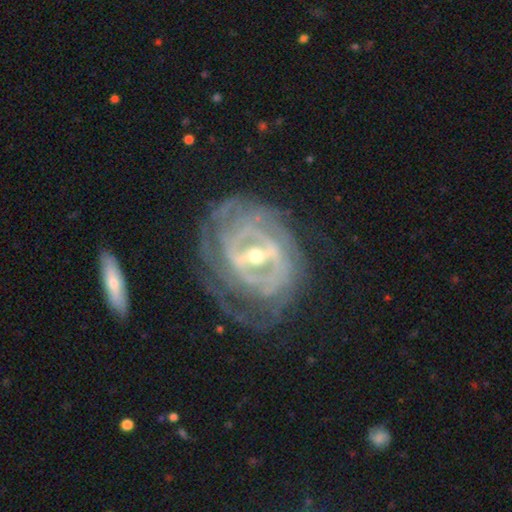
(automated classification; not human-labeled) This appears to be a featured or disk galaxy (90%) with a strong bar (63%), tight (73%) spiral arms (92%) and a moderate central bulge (52%). Merging: none (69%).